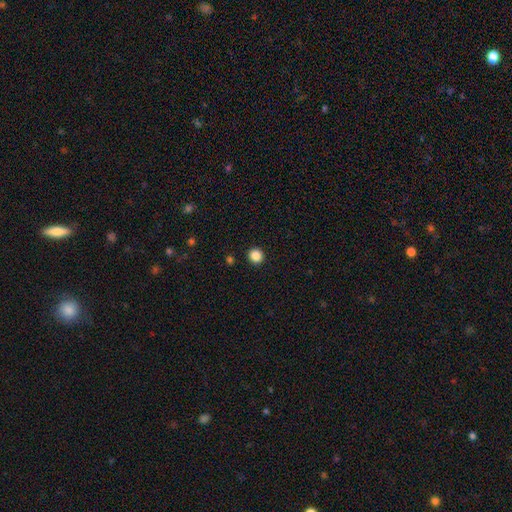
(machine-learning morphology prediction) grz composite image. It shows a smooth galaxy with no disk features (87%) that is round (91%). Merging: none (93%).